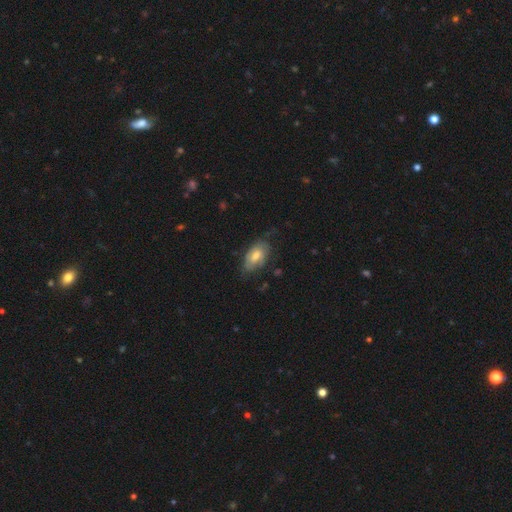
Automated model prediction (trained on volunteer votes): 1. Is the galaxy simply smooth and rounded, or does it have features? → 55% smooth, 37% featured or disk, 8% star or artifact.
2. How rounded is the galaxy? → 92% in between, 5% round, 3% cigar-shaped.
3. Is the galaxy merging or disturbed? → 62% none, 28% minor disturbance, 9% major disturbance, 1% merger.